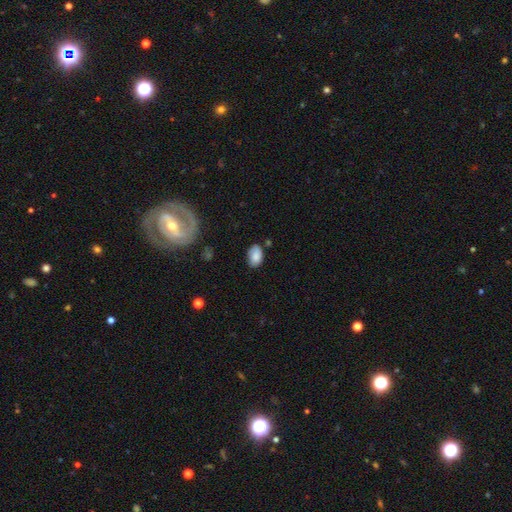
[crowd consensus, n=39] Volunteers were most divided on "merging": none: 63%, minor disturbance: 34%, major disturbance: 3%, merger: 0%. More confident: how rounded — in between (85%); smooth or featured — smooth (85%).